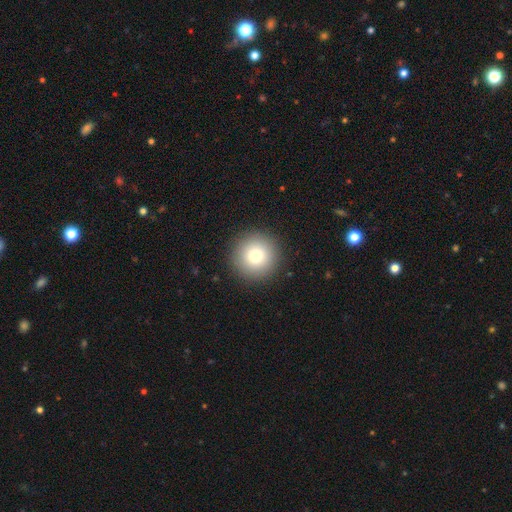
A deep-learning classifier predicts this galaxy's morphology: A smooth galaxy with no disk features (80%) that is round (96%).

Vote fractions:
- Smooth or featured? smooth: 80% / star or artifact: 11% / featured or disk: 10%
- How rounded? round: 96% / in between: 3% / cigar-shaped: 1%
- Merging? none: 92% / minor disturbance: 5% / major disturbance: 2% / merger: 1%